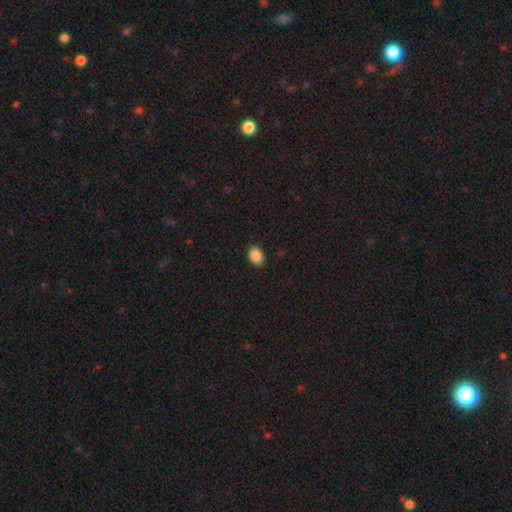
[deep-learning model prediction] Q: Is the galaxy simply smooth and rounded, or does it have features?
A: smooth — 88%.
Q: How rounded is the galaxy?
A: in between — 72%.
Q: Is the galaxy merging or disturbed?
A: none — 88%.